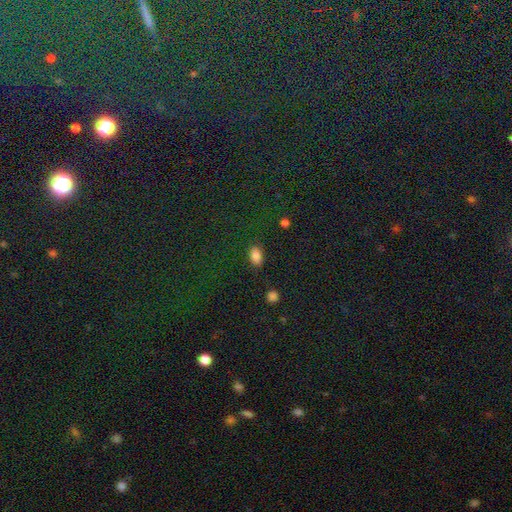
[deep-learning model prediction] This appears to be a smooth galaxy with no disk features (85%) that is in between round and cigar-shaped (90%). Merging: none (83%).